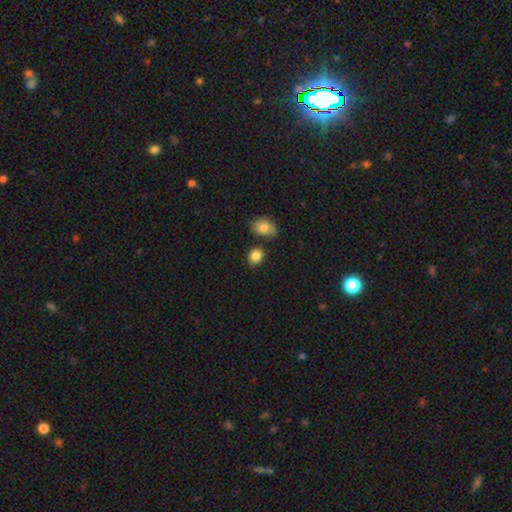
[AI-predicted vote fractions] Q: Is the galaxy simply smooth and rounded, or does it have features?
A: smooth — 86%.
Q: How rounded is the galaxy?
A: round — 60%.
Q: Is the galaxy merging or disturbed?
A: none — 76%.